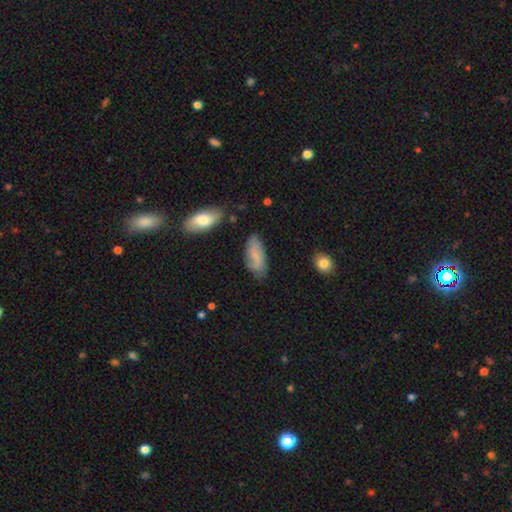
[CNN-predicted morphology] Smooth or featured? smooth (65%)
How rounded? in between (83%)
Merging? none (73%)